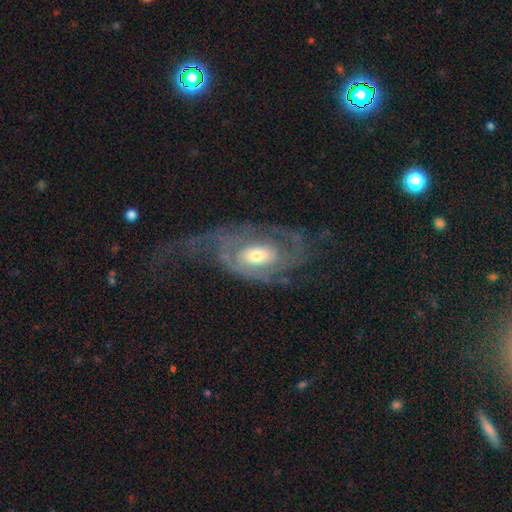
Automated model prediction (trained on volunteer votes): Q: Smooth or featured?
A: featured or disk (81%); runner-up: smooth (13%)
Q: Edge-on disk?
A: no (94%); runner-up: yes (6%)
Q: Bar?
A: no (67%); runner-up: weak (25%)
Q: Spiral arms?
A: yes (86%); runner-up: no (14%)
Q: Spiral winding?
A: tight (47%); runner-up: medium (34%)
Q: Spiral arm count?
A: 2 (41%); runner-up: can't tell (30%)
Q: Bulge size?
A: moderate (52%); runner-up: small (35%)
Q: Merging?
A: none (50%); runner-up: major disturbance (29%)